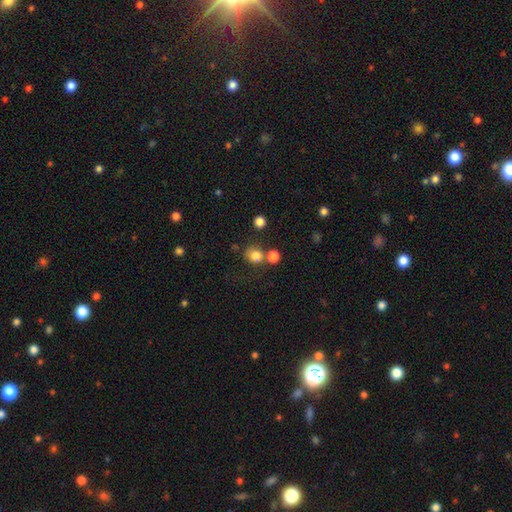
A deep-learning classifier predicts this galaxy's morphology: This appears to be a smooth galaxy with no disk features (78%) that is round (78%). Merging: none (57%).